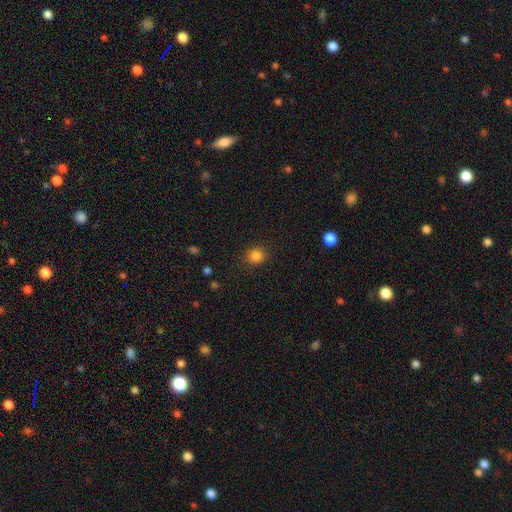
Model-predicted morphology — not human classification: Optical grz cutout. It shows a smooth galaxy with no disk features (84%) that is round (84%). Merging: none (89%).